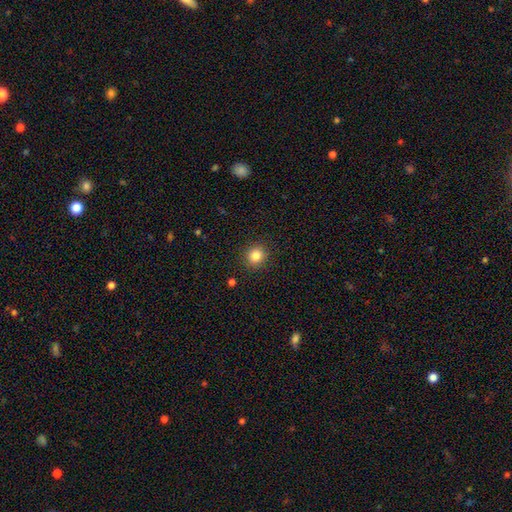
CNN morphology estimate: Q: Smooth or featured?
A: smooth (84%); runner-up: star or artifact (11%)
Q: How rounded?
A: round (85%); runner-up: in between (14%)
Q: Merging?
A: none (90%); runner-up: minor disturbance (6%)